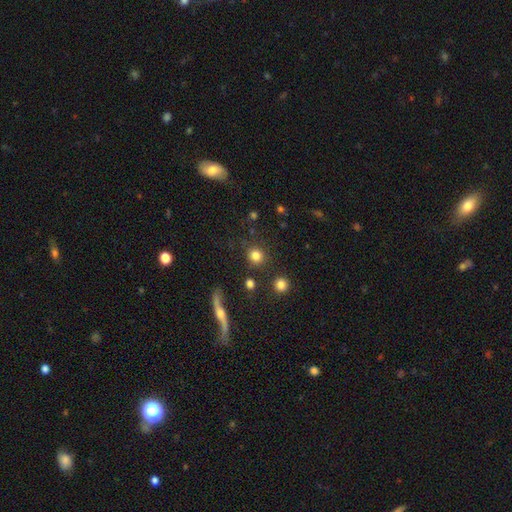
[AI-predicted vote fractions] This is clearly a smooth galaxy (82%). How rounded: clearly round (90%). Merging: clearly none (82%).